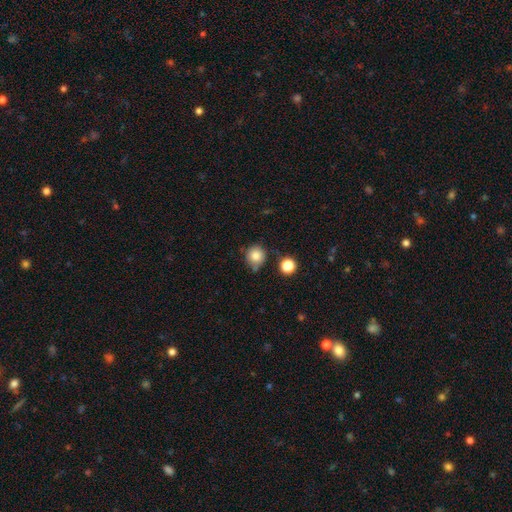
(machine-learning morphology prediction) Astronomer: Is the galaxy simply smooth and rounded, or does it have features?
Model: smooth — 83%.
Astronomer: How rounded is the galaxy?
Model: round — 90%.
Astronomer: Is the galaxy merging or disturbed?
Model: none — 68%.